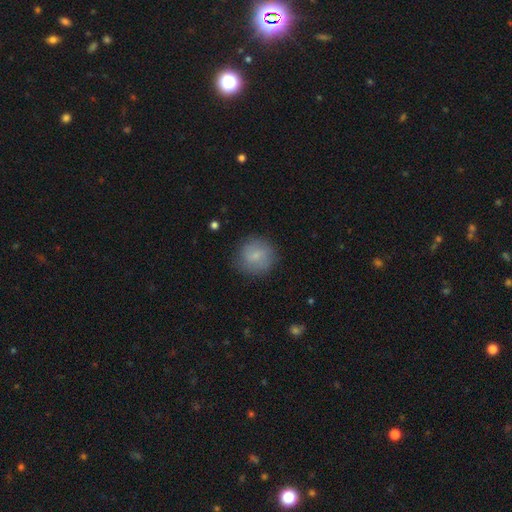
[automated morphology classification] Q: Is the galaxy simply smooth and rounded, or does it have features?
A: smooth — 73%.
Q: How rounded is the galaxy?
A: round — 89%.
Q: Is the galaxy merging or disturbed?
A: none — 80%.